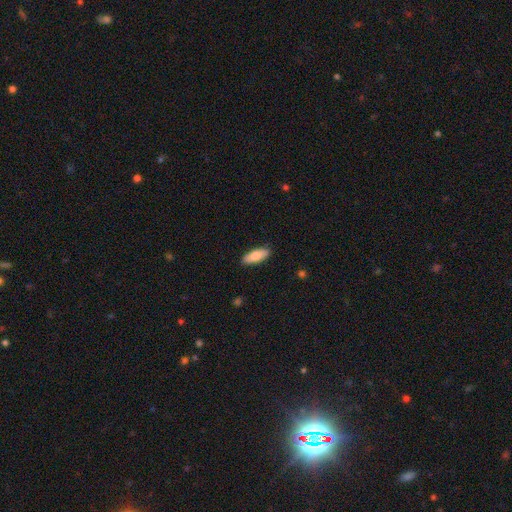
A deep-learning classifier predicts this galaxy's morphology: A smooth galaxy with no disk features (79%) that is in between round and cigar-shaped (73%). Merging: none (88%).